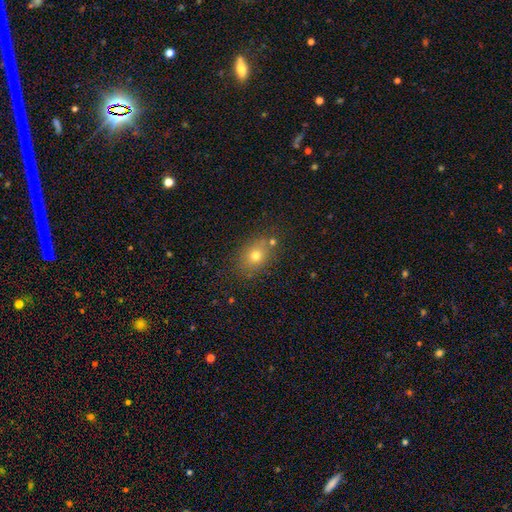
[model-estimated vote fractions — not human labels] The model was most divided on "how rounded": in between: 54%, round: 45%, cigar-shaped: 1%. More confident: merging — none (74%); smooth or featured — smooth (72%).